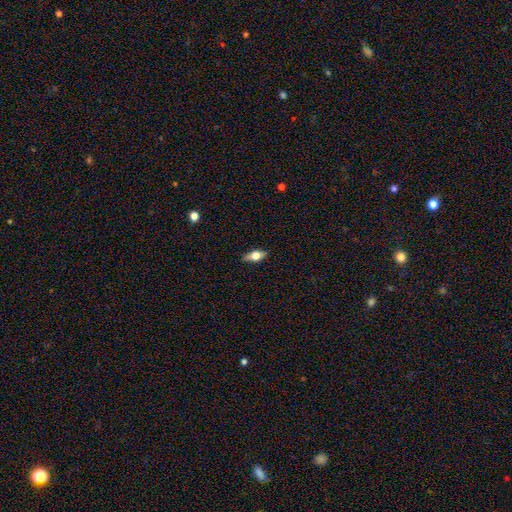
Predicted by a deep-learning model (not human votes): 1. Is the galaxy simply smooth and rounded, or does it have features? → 53% smooth, 40% featured or disk, 8% star or artifact.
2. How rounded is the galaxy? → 73% in between, 21% cigar-shaped, 5% round.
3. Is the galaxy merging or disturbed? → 86% none, 10% minor disturbance, 2% major disturbance, 1% merger.